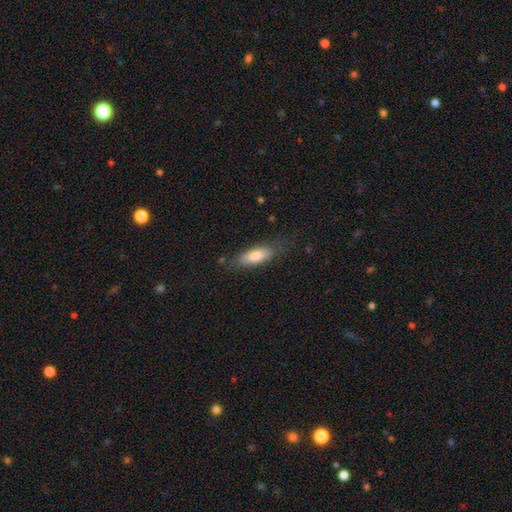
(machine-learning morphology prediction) A smooth galaxy with no disk features (76%) that is in between round and cigar-shaped (67%).

Vote fractions:
- Smooth or featured? smooth: 76% / featured or disk: 18% / star or artifact: 6%
- How rounded? in between: 67% / cigar-shaped: 31% / round: 2%
- Merging? none: 72% / minor disturbance: 20% / major disturbance: 6% / merger: 2%